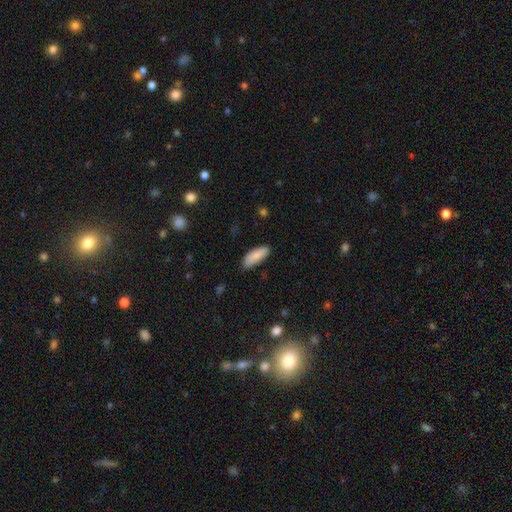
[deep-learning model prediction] The model was most divided on "how rounded": in between: 70%, cigar-shaped: 28%, round: 2%. More confident: smooth or featured — smooth (85%); merging — none (81%).